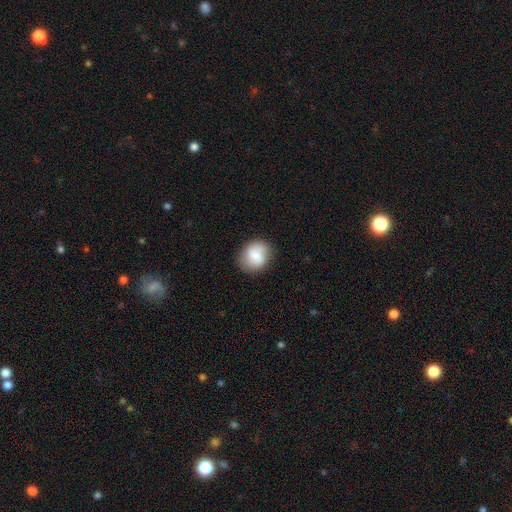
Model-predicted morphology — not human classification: Q: Smooth or featured?
A: smooth (72%); runner-up: featured or disk (20%)
Q: How rounded?
A: round (75%); runner-up: in between (24%)
Q: Merging?
A: none (83%); runner-up: minor disturbance (13%)